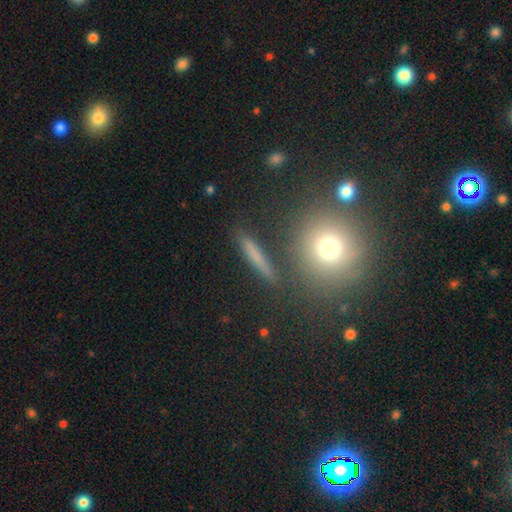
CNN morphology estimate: smooth 63%, featured or disk 24%, star or artifact 12%. Down the decision tree: how rounded — cigar-shaped (75%); merging — none (85%).